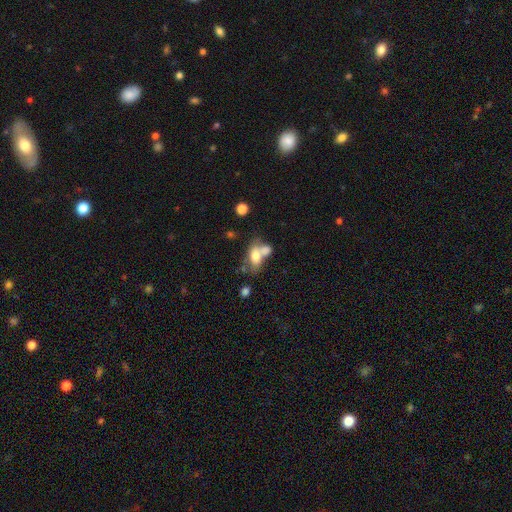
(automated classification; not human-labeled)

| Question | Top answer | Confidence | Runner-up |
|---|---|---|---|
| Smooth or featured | smooth | 65% | featured or disk (25%) |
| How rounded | in between | 82% | round (12%) |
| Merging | merger | 53% | none (27%) |